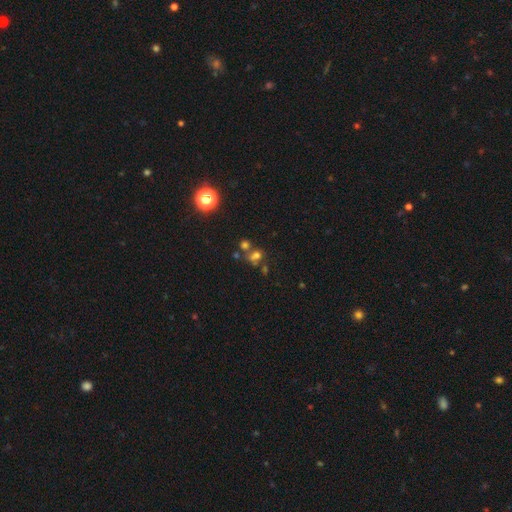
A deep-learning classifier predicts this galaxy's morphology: smooth_or_featured: smooth (p=0.55) [alt: star or artifact p=0.29]
how_rounded: round (p=0.65) [alt: in between p=0.33]
merging: none (p=0.43) [alt: merger p=0.40]